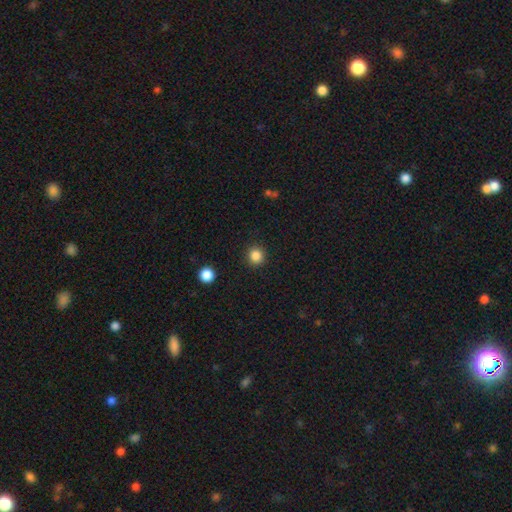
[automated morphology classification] Smooth or featured: smooth — 85% (star or artifact — 11%)
How rounded: round — 91% (in between — 8%)
Merging: none — 91% (minor disturbance — 6%)